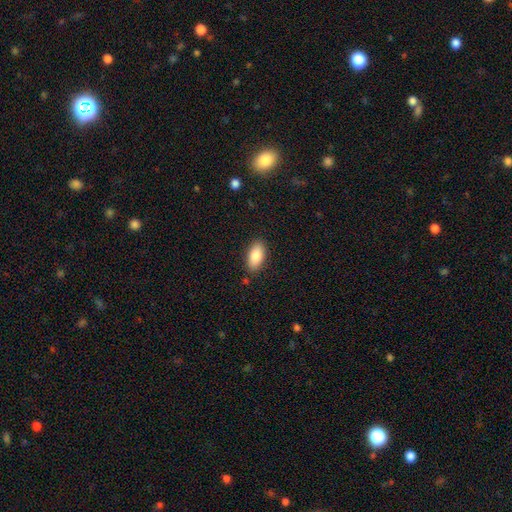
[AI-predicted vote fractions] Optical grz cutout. It shows a smooth galaxy with no disk features (85%) that is in between round and cigar-shaped (91%). Merging: none (86%).